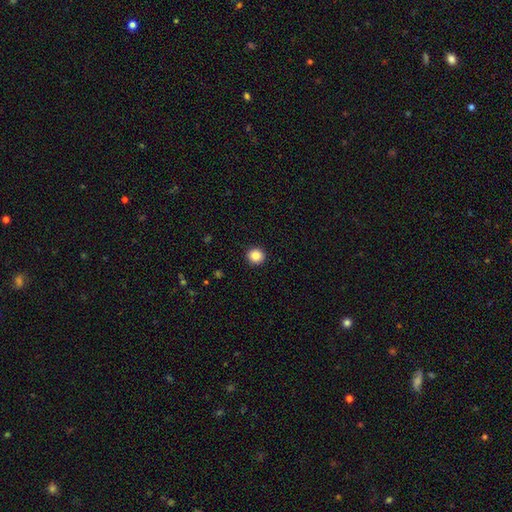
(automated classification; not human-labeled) Smooth or featured?
  - smooth: 85% *
  - star or artifact: 10%
  - featured or disk: 5%
How rounded?
  - round: 94% *
  - in between: 5%
  - cigar-shaped: 1%
Merging?
  - none: 93% *
  - minor disturbance: 4%
  - major disturbance: 1%
  - merger: 1%